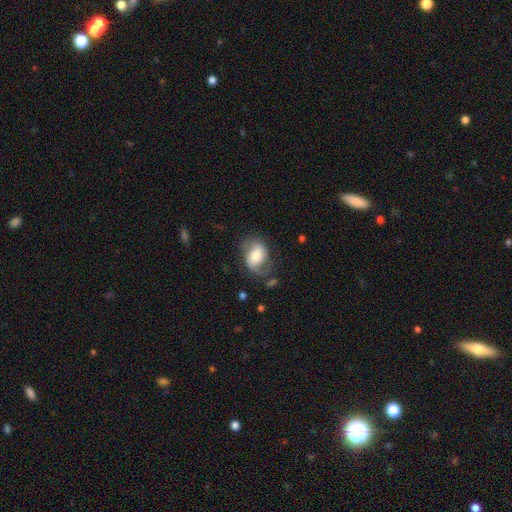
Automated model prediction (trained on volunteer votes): Morphology: type=smooth (48%); merging=none (55%).